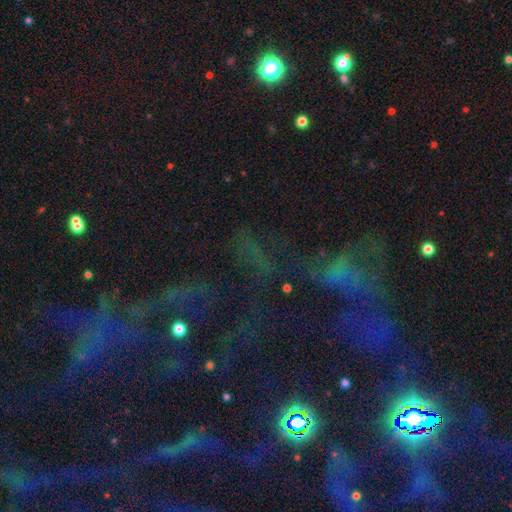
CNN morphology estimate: A star or artifact, not a galaxy (71%).